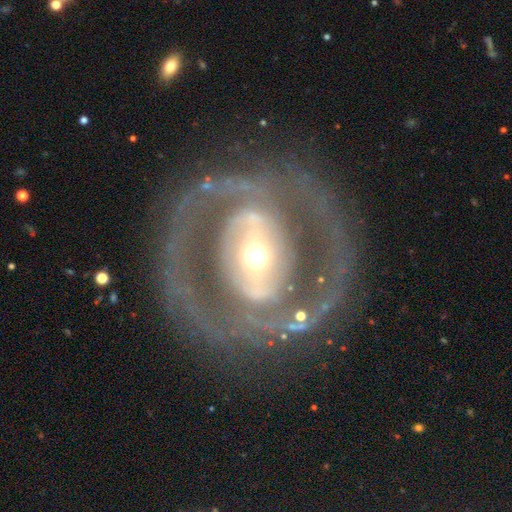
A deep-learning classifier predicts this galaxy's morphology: This appears to be a featured or disk galaxy (80%) with a strong bar (40%), spiral arms (57%) and a moderate central bulge (58%). Merging: none (73%).